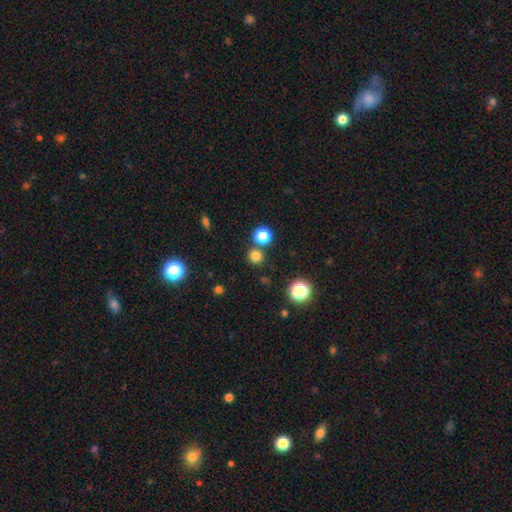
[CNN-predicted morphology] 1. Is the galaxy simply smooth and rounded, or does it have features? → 76% smooth, 19% star or artifact, 5% featured or disk.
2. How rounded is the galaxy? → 92% round, 7% in between, 1% cigar-shaped.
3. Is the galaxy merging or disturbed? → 79% none, 12% merger, 6% minor disturbance, 3% major disturbance.